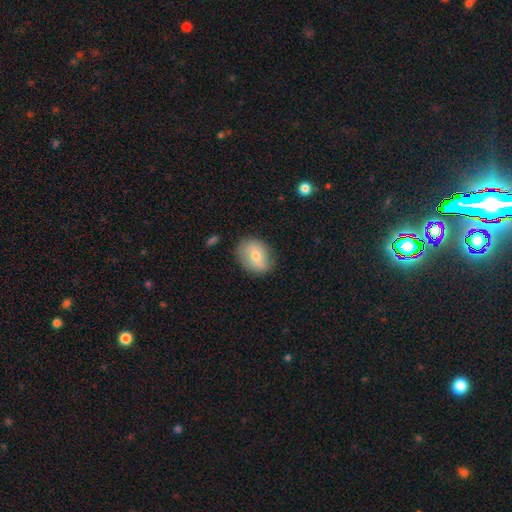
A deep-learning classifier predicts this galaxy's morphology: Smooth or featured? Predicted: smooth (p=0.67). How rounded? Predicted: in between (p=0.55). Merging? Predicted: none (p=0.77).